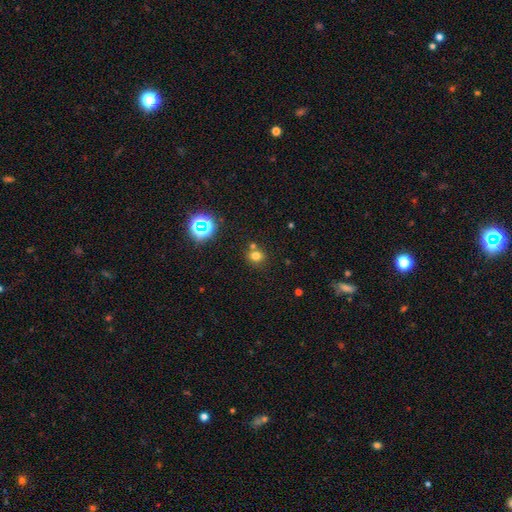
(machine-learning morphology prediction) A smooth galaxy with no disk features (71%) that is round (79%). Merging: none (67%).